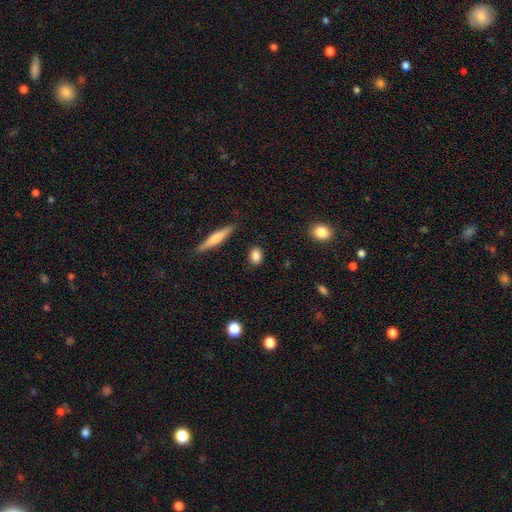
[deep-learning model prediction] A smooth galaxy with no disk features (84%) that is in between round and cigar-shaped (70%). Merging: none (86%).